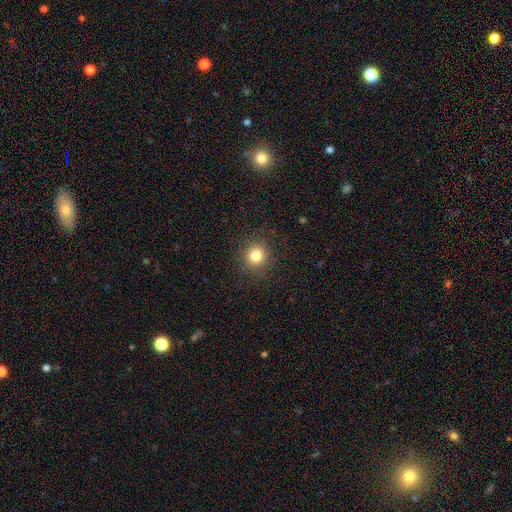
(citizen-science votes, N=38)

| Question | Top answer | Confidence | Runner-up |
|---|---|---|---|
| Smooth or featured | smooth | 87% | star or artifact (8%) |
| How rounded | round | 97% | in between (3%) |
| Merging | none | 83% | minor disturbance (11%) |